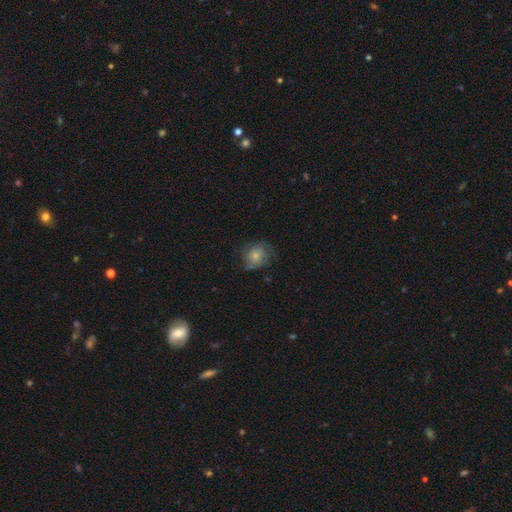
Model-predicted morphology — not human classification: type=smooth (62%); roundness=round (69%); merging=none (61%).